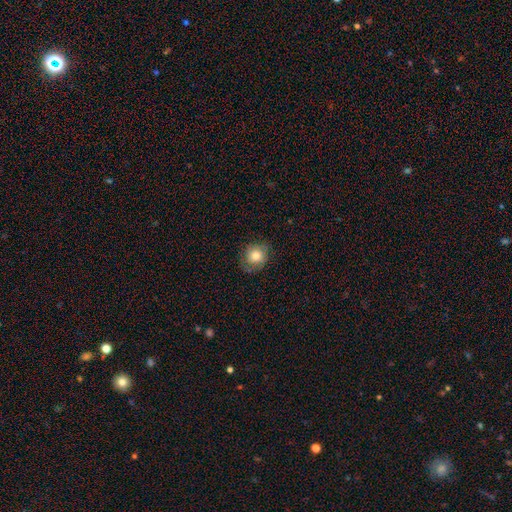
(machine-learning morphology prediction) type=smooth (71%); roundness=round (75%); merging=none (73%).